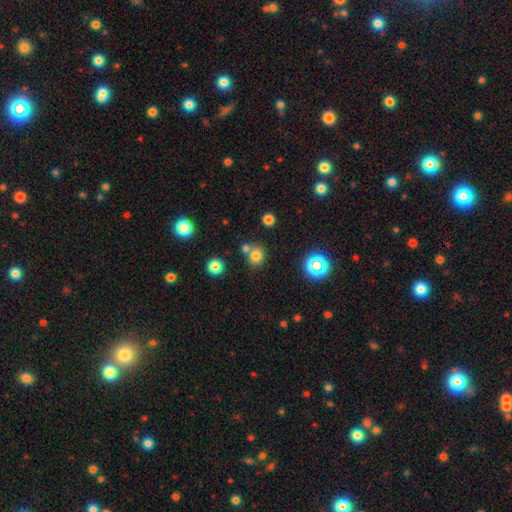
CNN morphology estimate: This is likely a smooth galaxy (75%). How rounded: clearly round (80%). Merging: likely none (66%).